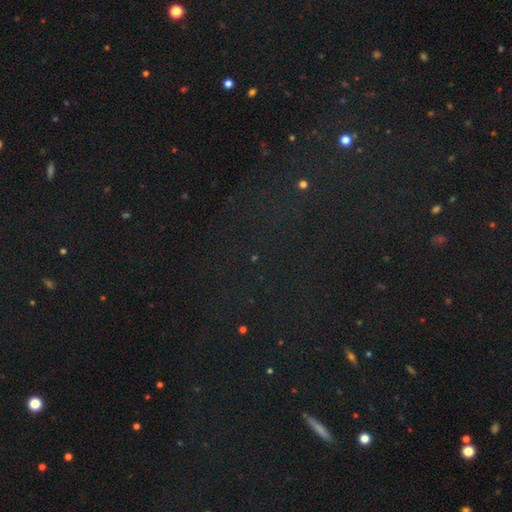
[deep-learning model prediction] This appears to be a star or artifact, not a galaxy (75%).